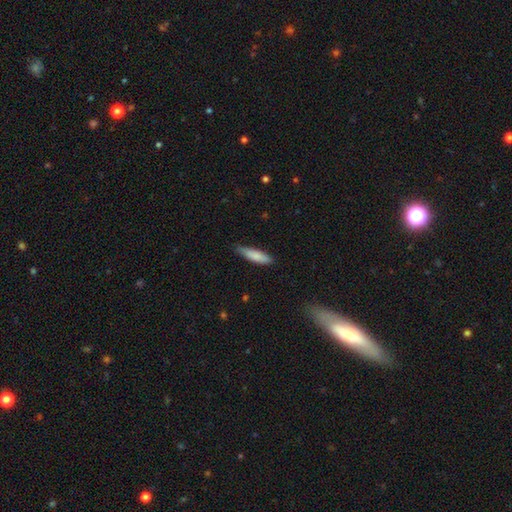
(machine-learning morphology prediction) smooth 82%, featured or disk 12%, star or artifact 6%. Down the decision tree: how rounded — cigar-shaped (71%); merging — none (74%).